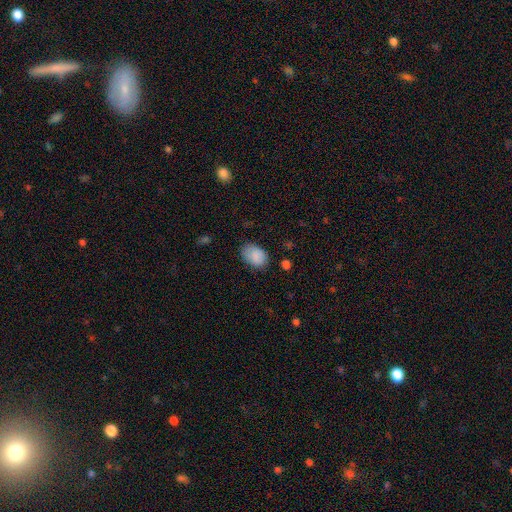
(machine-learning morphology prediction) Smooth or featured?
  - smooth: 86% *
  - star or artifact: 7%
  - featured or disk: 7%
How rounded?
  - in between: 82% *
  - round: 17%
  - cigar-shaped: 1%
Merging?
  - none: 74% *
  - minor disturbance: 20%
  - major disturbance: 5%
  - merger: 2%